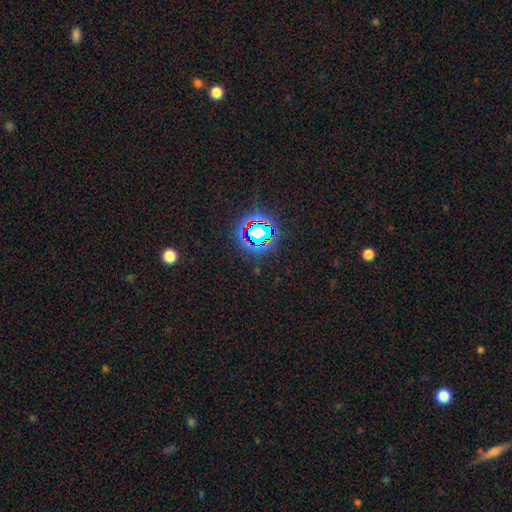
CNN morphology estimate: star or artifact 77%, smooth 14%, featured or disk 9%.